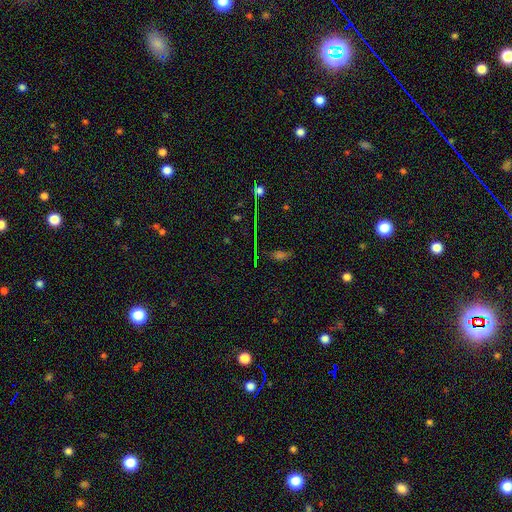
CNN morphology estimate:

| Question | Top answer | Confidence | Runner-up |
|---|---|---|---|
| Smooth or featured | star or artifact | 58% | smooth (28%) |